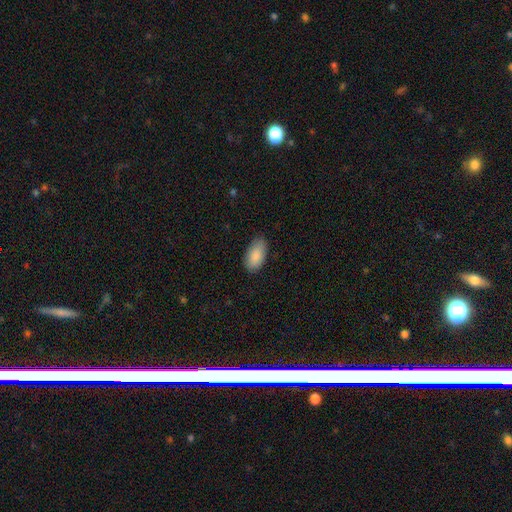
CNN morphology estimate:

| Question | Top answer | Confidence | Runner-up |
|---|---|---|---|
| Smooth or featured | smooth | 88% | featured or disk (6%) |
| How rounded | in between | 94% | round (3%) |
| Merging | none | 81% | minor disturbance (16%) |